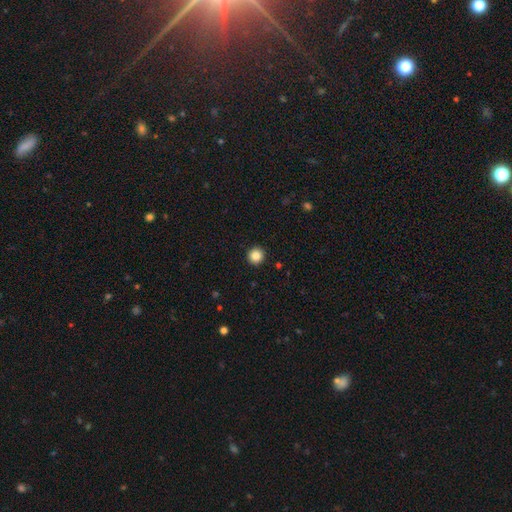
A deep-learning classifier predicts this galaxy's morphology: Q: Smooth or featured?
A: smooth (86%); runner-up: star or artifact (10%)
Q: How rounded?
A: round (96%); runner-up: in between (3%)
Q: Merging?
A: none (94%); runner-up: minor disturbance (4%)